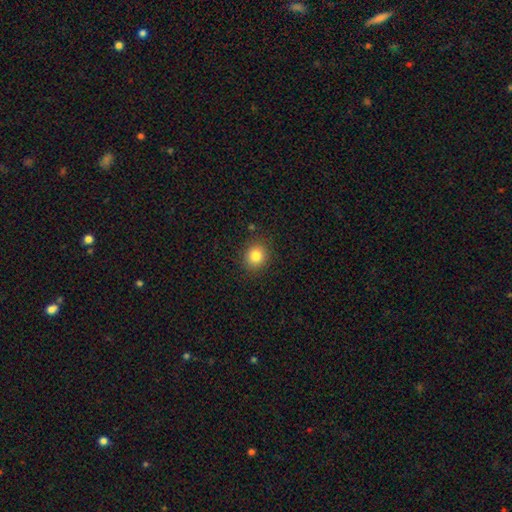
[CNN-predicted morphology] smooth_or_featured: smooth (p=0.83) [alt: star or artifact p=0.11]
how_rounded: round (p=0.79) [alt: in between p=0.20]
merging: none (p=0.88) [alt: minor disturbance p=0.08]